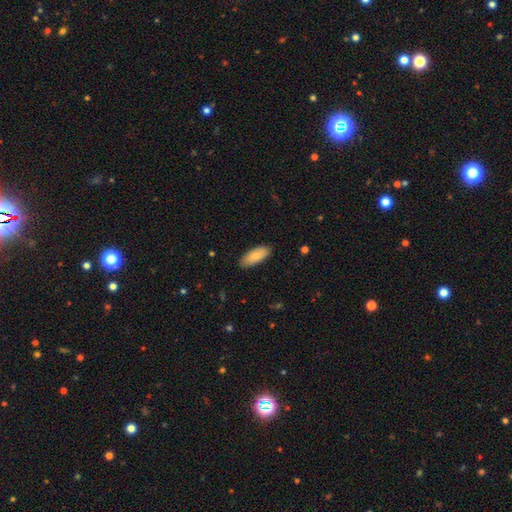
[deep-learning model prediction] A smooth galaxy with no disk features (82%) that is in between round and cigar-shaped (83%). Merging: none (86%).